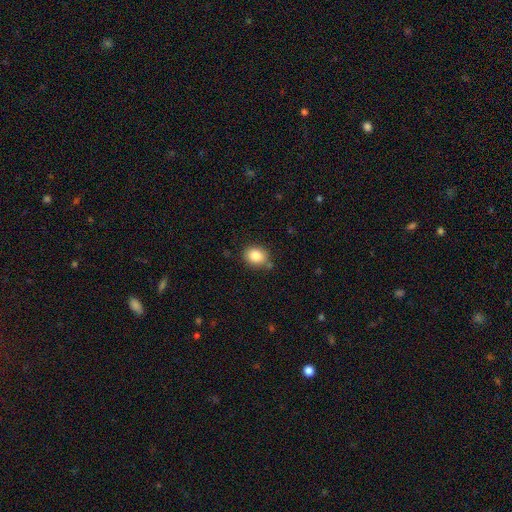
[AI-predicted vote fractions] Smooth or featured? Predicted: smooth (p=0.85). How rounded? Predicted: round (p=0.51). Merging? Predicted: none (p=0.78).